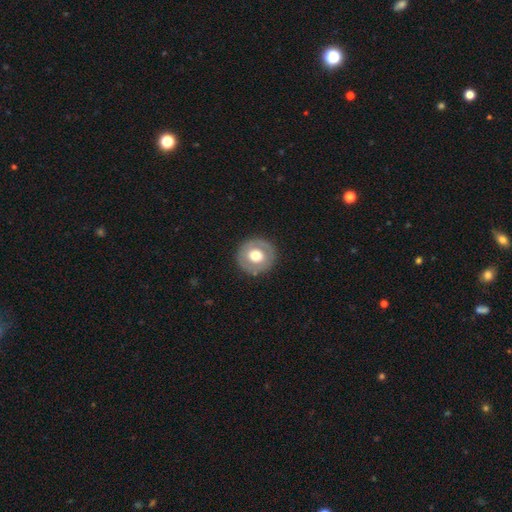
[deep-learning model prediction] This is possibly a smooth galaxy (54%). How rounded: clearly round (92%). Merging: clearly none (86%).